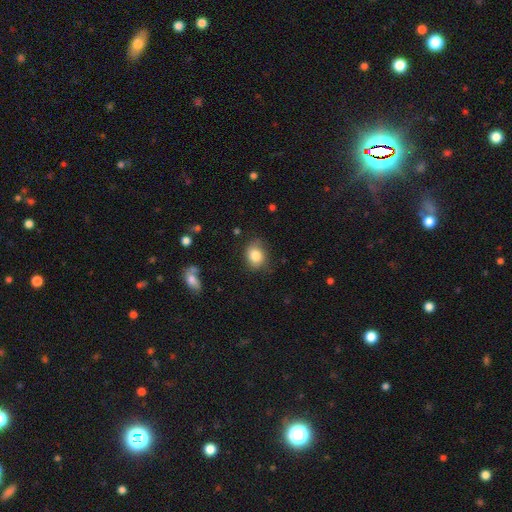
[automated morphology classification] This appears to be a smooth galaxy with no disk features (83%) that is round (50%). Merging: none (74%).